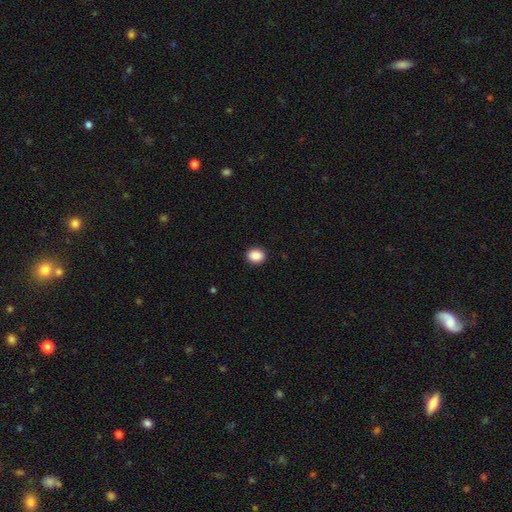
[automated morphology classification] Smooth or featured?
  - smooth: 89% *
  - star or artifact: 8%
  - featured or disk: 3%
How rounded?
  - in between: 50% *
  - round: 49%
  - cigar-shaped: 1%
Merging?
  - none: 91% *
  - minor disturbance: 7%
  - major disturbance: 2%
  - merger: 1%